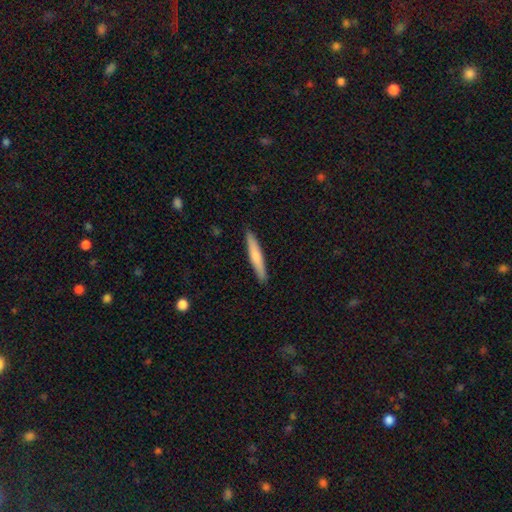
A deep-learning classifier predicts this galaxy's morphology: A smooth galaxy with no disk features (67%) that is cigar-shaped (93%).

Vote fractions:
- Smooth or featured? smooth: 67% / featured or disk: 28% / star or artifact: 5%
- How rounded? cigar-shaped: 93% / in between: 5% / round: 1%
- Merging? none: 90% / minor disturbance: 7% / major disturbance: 1% / merger: 1%